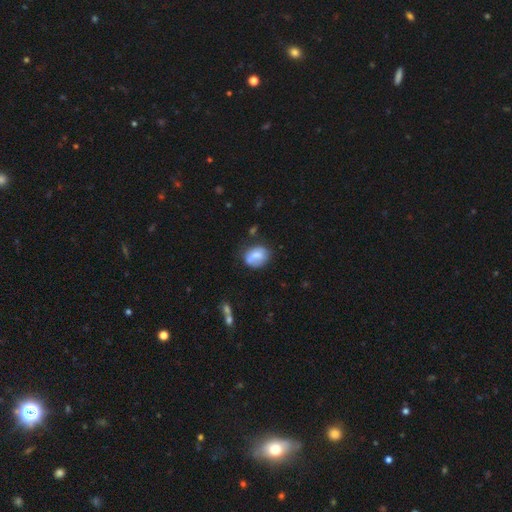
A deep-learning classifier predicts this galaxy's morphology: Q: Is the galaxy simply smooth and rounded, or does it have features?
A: smooth — 65%.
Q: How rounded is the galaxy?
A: in between — 58%.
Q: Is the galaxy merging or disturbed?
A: none — 56%.